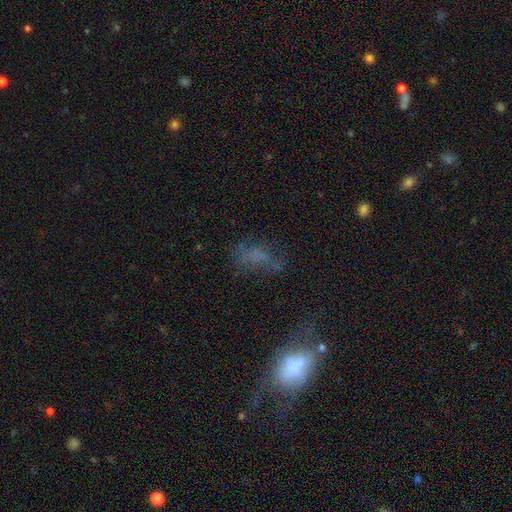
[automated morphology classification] A smooth galaxy with no disk features (54%) that is in between round and cigar-shaped (79%). Merging: none (41%).